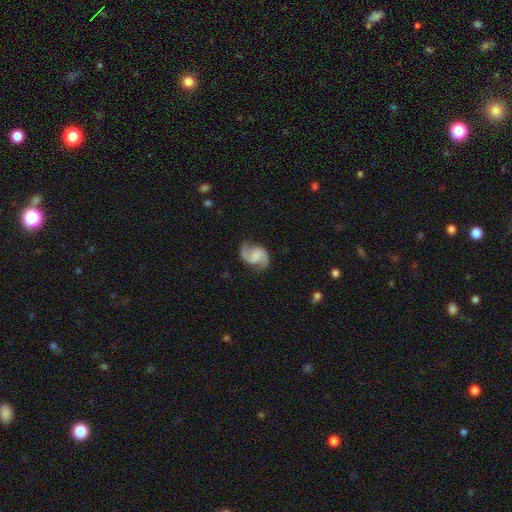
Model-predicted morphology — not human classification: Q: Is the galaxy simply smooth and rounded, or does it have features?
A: featured or disk — 85%.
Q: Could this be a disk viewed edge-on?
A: no — 98%.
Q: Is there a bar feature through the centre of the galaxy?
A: no — 48%.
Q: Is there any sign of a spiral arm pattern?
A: yes — 97%.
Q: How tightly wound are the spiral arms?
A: medium — 50%.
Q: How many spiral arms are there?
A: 2 — 93%.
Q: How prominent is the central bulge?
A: none — 53%.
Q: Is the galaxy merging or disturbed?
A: none — 77%.